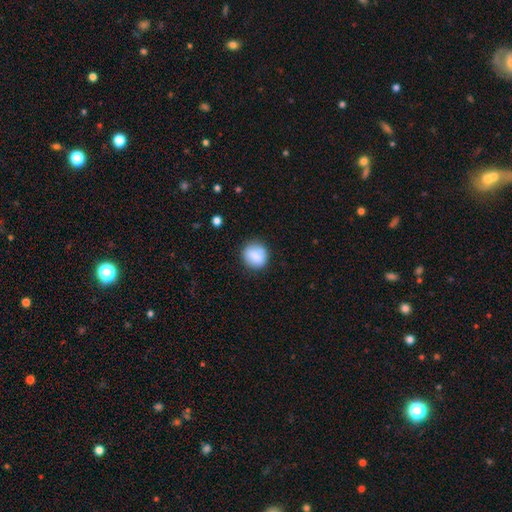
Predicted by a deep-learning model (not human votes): smooth_or_featured: smooth (p=0.81) [alt: featured or disk p=0.12]
how_rounded: round (p=0.76) [alt: in between p=0.23]
merging: none (p=0.80) [alt: minor disturbance p=0.14]